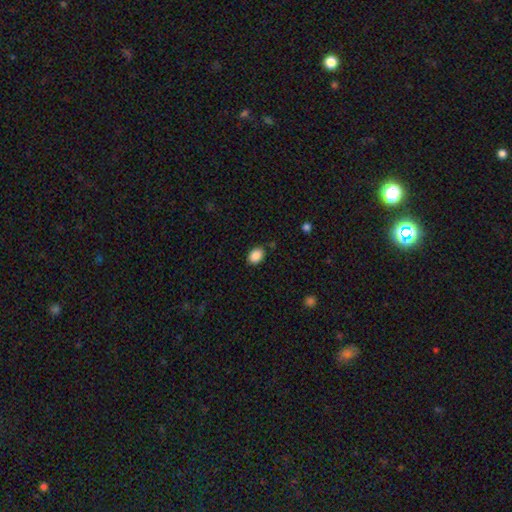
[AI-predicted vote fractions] Morphology: type=smooth (89%); roundness=in between (76%); merging=none (82%).